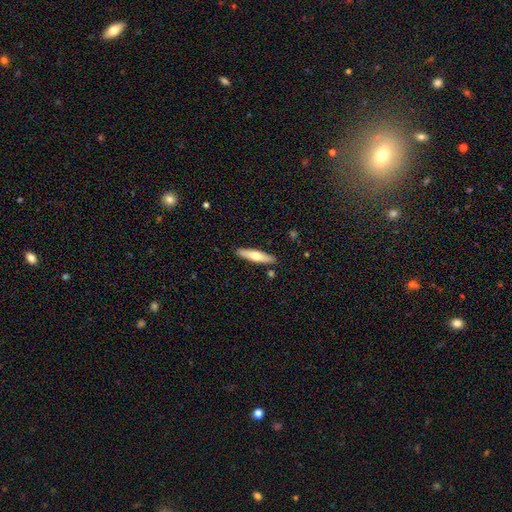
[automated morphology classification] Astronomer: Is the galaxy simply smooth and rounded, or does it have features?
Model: smooth — 58% (runner-up: featured or disk, 37%).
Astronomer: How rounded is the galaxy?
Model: cigar-shaped — 79%.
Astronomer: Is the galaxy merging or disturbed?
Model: none — 88%.